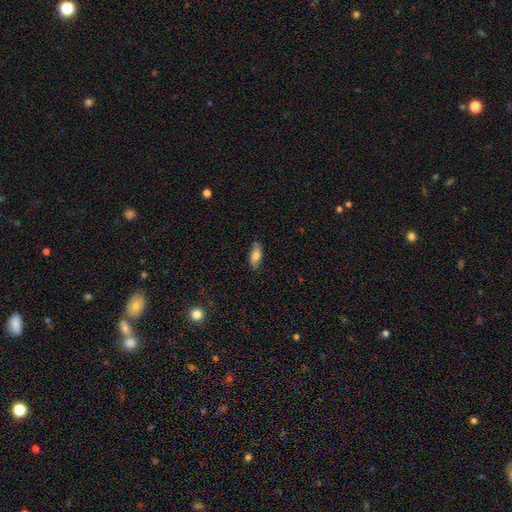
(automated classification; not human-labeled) A smooth galaxy with no disk features (73%) that is in between round and cigar-shaped (73%). Merging: none (83%).